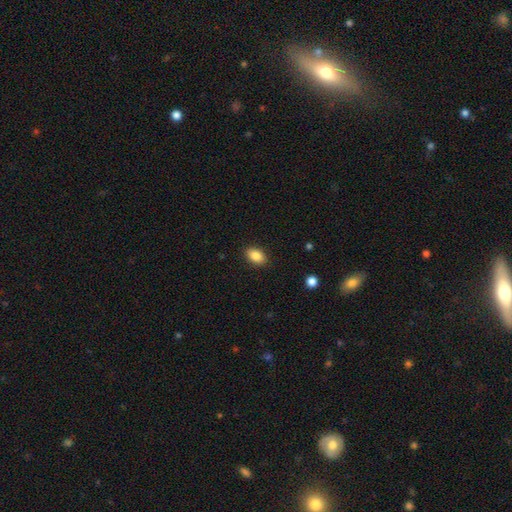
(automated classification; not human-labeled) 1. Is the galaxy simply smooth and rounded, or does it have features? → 87% smooth, 8% star or artifact, 5% featured or disk.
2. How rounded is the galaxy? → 88% in between, 10% round, 2% cigar-shaped.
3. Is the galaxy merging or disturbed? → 89% none, 8% minor disturbance, 2% major disturbance, 1% merger.